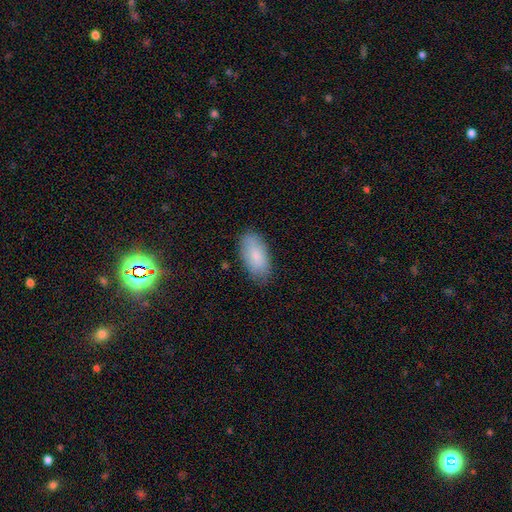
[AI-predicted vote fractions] Q: Smooth or featured?
A: smooth (82%); runner-up: featured or disk (11%)
Q: How rounded?
A: in between (94%); runner-up: cigar-shaped (4%)
Q: Merging?
A: none (83%); runner-up: minor disturbance (14%)